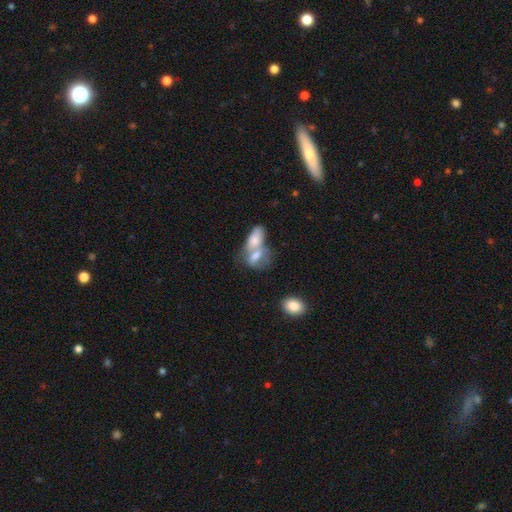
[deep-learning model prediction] Smooth or featured: smooth — 65% (featured or disk — 26%)
How rounded: in between — 84% (round — 10%)
Merging: merger — 70% (none — 16%)